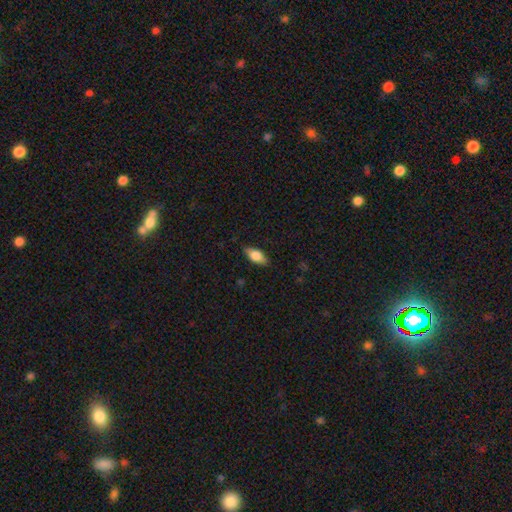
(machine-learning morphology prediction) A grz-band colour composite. It shows a smooth galaxy with no disk features (75%) that is in between round and cigar-shaped (84%). Merging: none (84%).